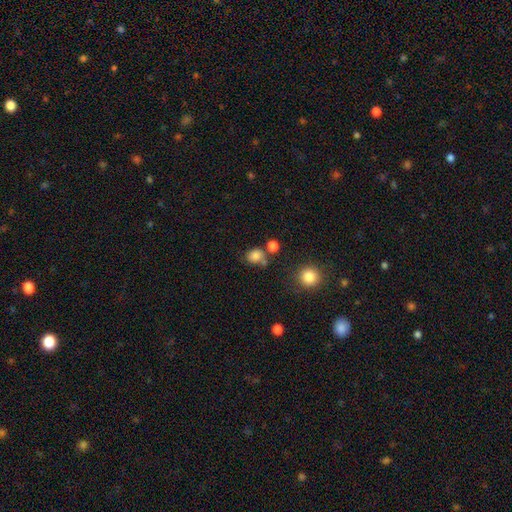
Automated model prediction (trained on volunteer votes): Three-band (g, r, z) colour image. It shows a smooth galaxy with no disk features (79%) that is round (66%). Merging: none (56%).